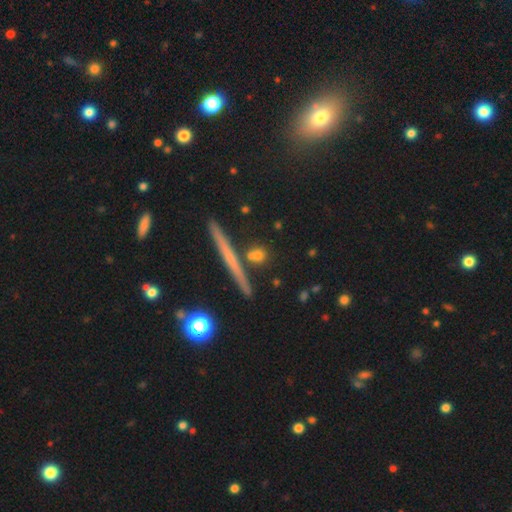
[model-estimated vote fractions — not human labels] smooth 55%, featured or disk 31%, star or artifact 14%. Down the decision tree: how rounded — cigar-shaped (47%); merging — none (85%).